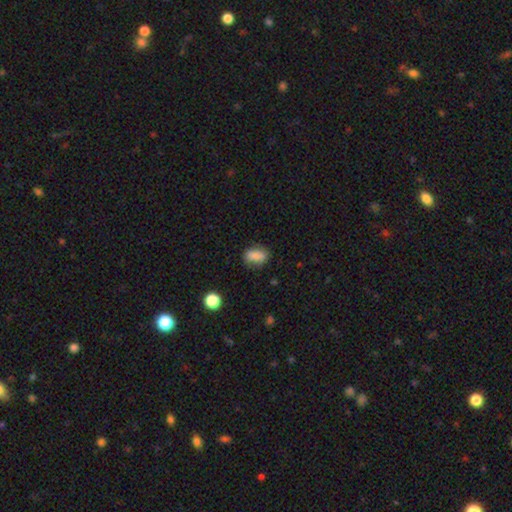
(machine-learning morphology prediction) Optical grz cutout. It shows a smooth galaxy with no disk features (84%) that is in between round and cigar-shaped (83%). Merging: none (78%).